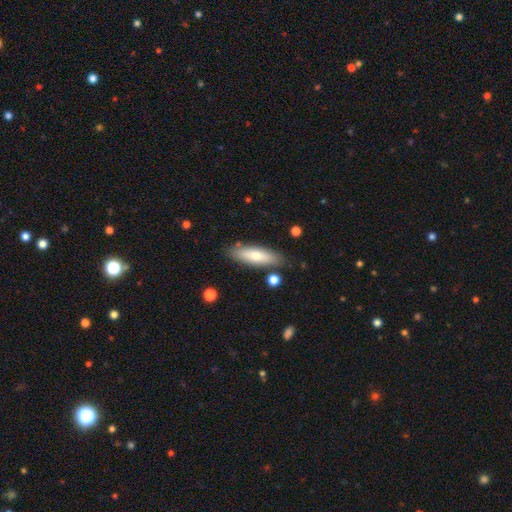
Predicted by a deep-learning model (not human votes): A smooth galaxy with no disk features (67%) that is cigar-shaped (53%). Merging: none (83%).